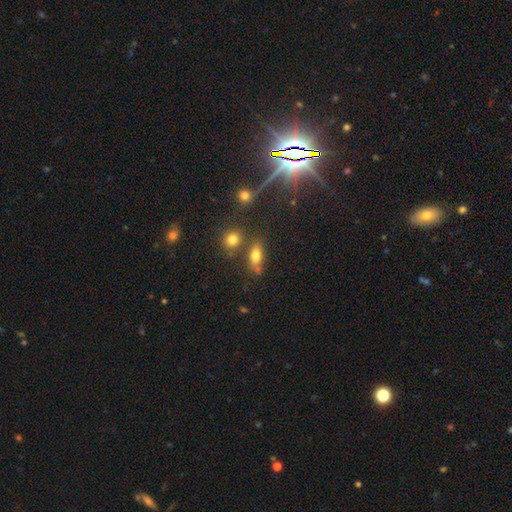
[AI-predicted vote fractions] A smooth galaxy with no disk features (73%) that is in between round and cigar-shaped (74%).

Vote fractions:
- Smooth or featured? smooth: 73% / star or artifact: 14% / featured or disk: 13%
- How rounded? in between: 74% / round: 14% / cigar-shaped: 13%
- Merging? none: 64% / merger: 15% / minor disturbance: 15% / major disturbance: 6%